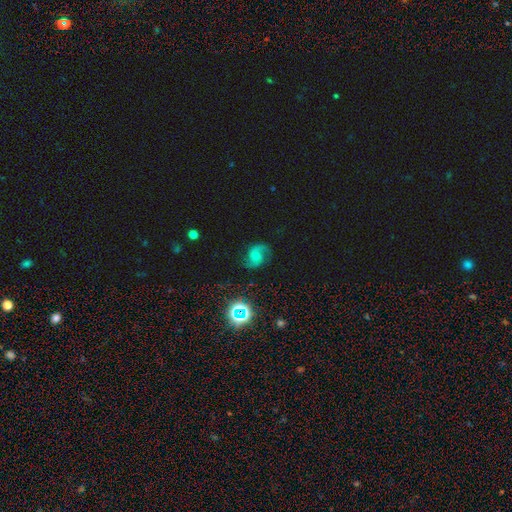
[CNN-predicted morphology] Smooth or featured: featured or disk — 77% (smooth — 12%)
Edge-on disk: no — 98% (yes — 2%)
Bar: no — 63% (weak — 31%)
Spiral arms: yes — 96% (no — 4%)
Spiral winding: medium — 50% (loose — 37%)
Spiral arm count: 2 — 89% (can't tell — 4%)
Bulge size: small — 47% (moderate — 40%)
Merging: none — 75% (minor disturbance — 17%)